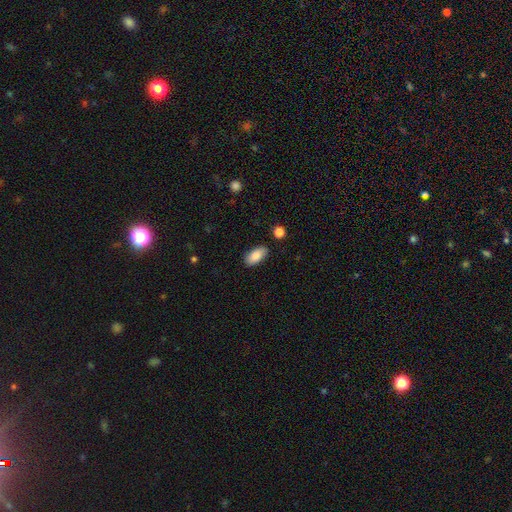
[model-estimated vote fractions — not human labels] Smooth or featured?
  - smooth: 85% *
  - featured or disk: 8%
  - star or artifact: 7%
How rounded?
  - in between: 92% *
  - cigar-shaped: 5%
  - round: 3%
Merging?
  - none: 85% *
  - minor disturbance: 11%
  - major disturbance: 2%
  - merger: 2%